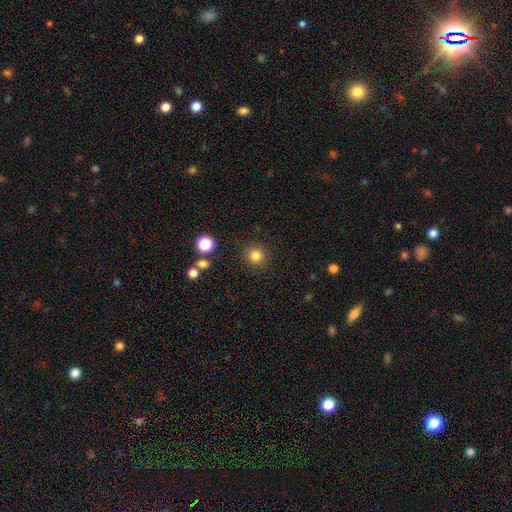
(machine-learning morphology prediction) smooth 83%, star or artifact 12%, featured or disk 5%. Down the decision tree: how rounded — round (94%); merging — none (88%).